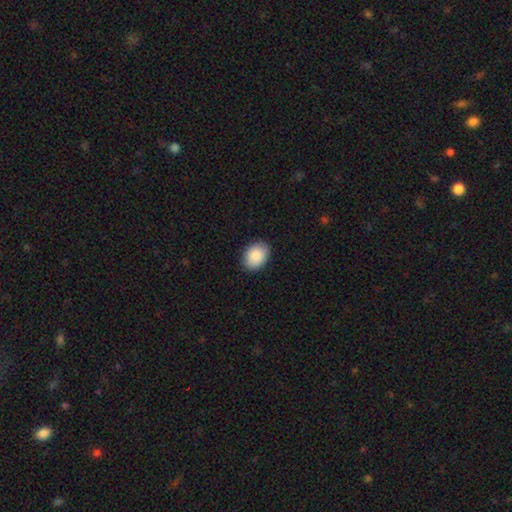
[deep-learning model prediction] smooth 90%, star or artifact 6%, featured or disk 4%. Down the decision tree: how rounded — in between (76%); merging — none (87%).